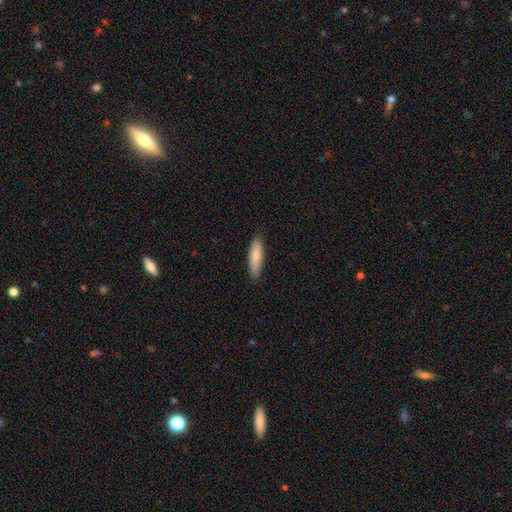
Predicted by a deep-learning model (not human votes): Smooth or featured?
  - smooth: 80% *
  - featured or disk: 15%
  - star or artifact: 6%
How rounded?
  - cigar-shaped: 60% *
  - in between: 38%
  - round: 2%
Merging?
  - none: 86% *
  - minor disturbance: 11%
  - major disturbance: 2%
  - merger: 1%